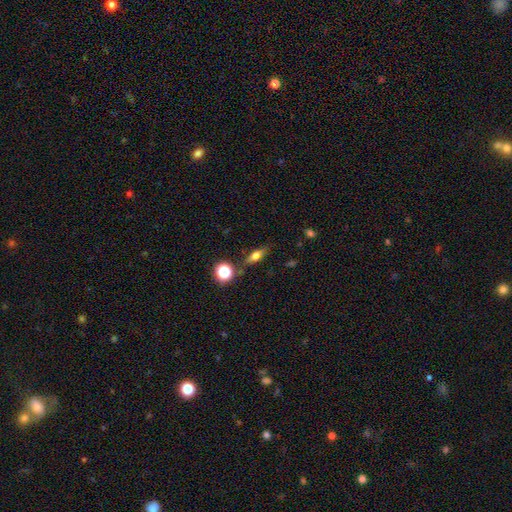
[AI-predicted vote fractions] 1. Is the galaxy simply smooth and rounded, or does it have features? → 54% smooth, 30% featured or disk, 16% star or artifact.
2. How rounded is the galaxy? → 47% in between, 41% cigar-shaped, 12% round.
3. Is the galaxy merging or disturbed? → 75% none, 14% minor disturbance, 6% merger, 5% major disturbance.